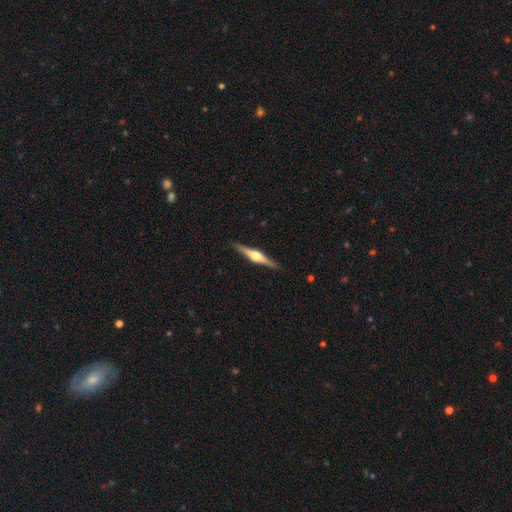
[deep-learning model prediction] Smooth or featured: featured or disk — 78% (smooth — 17%)
Edge-on disk: yes — 98% (no — 2%)
Edge-on bulge: rounded — 91% (boxy — 7%)
Merging: none — 91% (minor disturbance — 7%)